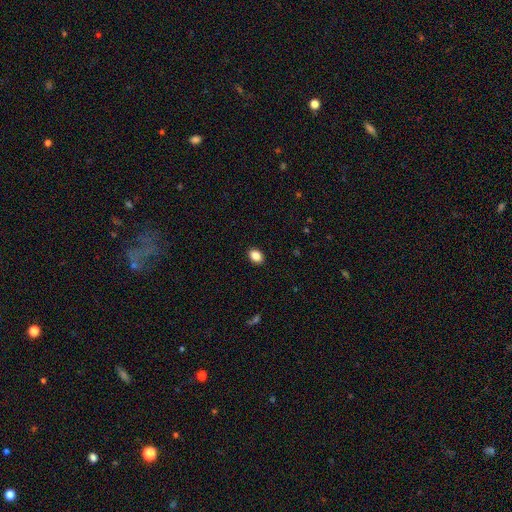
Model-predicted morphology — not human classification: Q: Smooth or featured?
A: smooth (87%); runner-up: star or artifact (9%)
Q: How rounded?
A: in between (75%); runner-up: round (24%)
Q: Merging?
A: none (90%); runner-up: minor disturbance (7%)